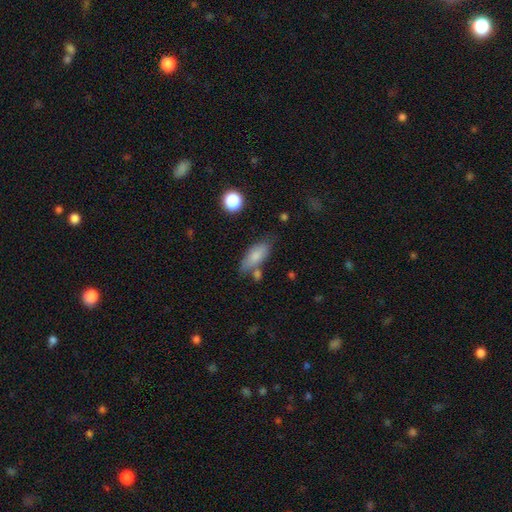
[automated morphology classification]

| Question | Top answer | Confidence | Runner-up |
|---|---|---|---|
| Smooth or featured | smooth | 79% | featured or disk (14%) |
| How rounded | in between | 78% | cigar-shaped (19%) |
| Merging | none | 61% | minor disturbance (21%) |